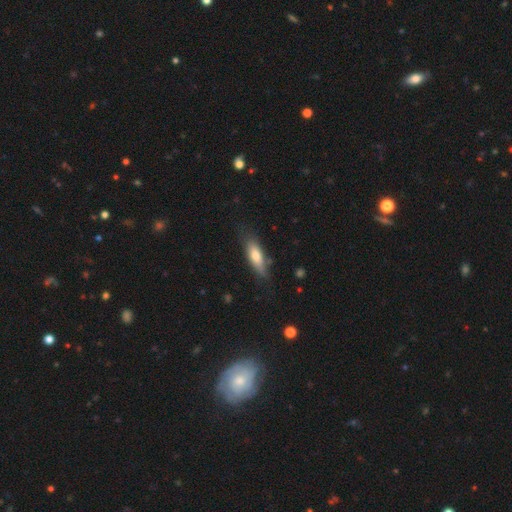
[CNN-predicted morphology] smooth_or_featured: smooth (p=0.70) [alt: featured or disk p=0.23]
how_rounded: in between (p=0.54) [alt: cigar-shaped p=0.44]
merging: none (p=0.71) [alt: minor disturbance p=0.21]